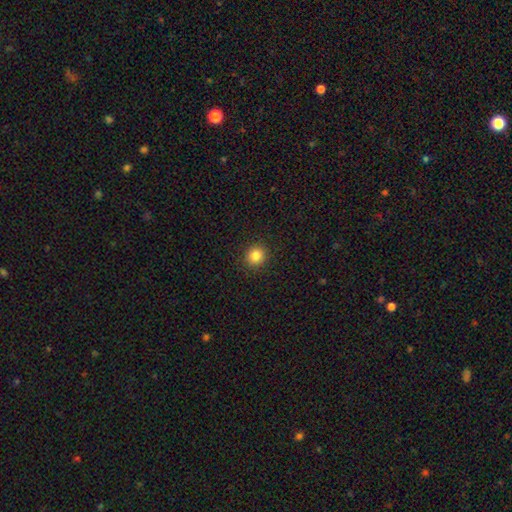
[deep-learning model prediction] smooth_or_featured: smooth (p=0.84) [alt: star or artifact p=0.11]
how_rounded: round (p=0.90) [alt: in between p=0.09]
merging: none (p=0.91) [alt: minor disturbance p=0.06]